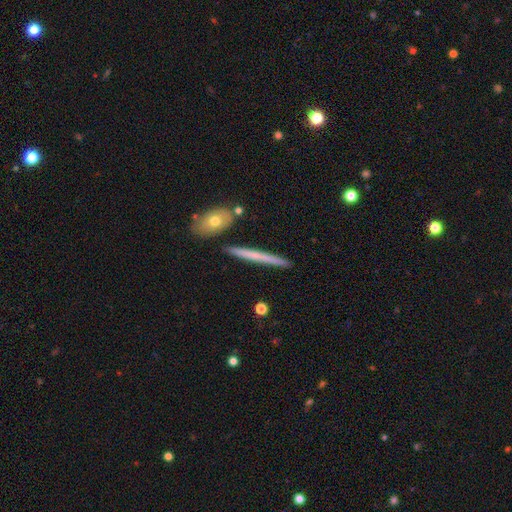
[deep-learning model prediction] A smooth galaxy with no disk features (49%).

Vote fractions:
- Smooth or featured? smooth: 49% / featured or disk: 45% / star or artifact: 6%
- Merging? none: 88% / minor disturbance: 8% / merger: 3% / major disturbance: 2%